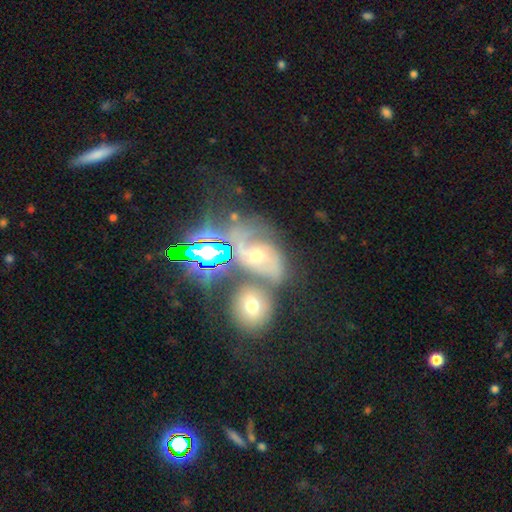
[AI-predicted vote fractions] A featured or disk galaxy (46%). Merging: none (42%).